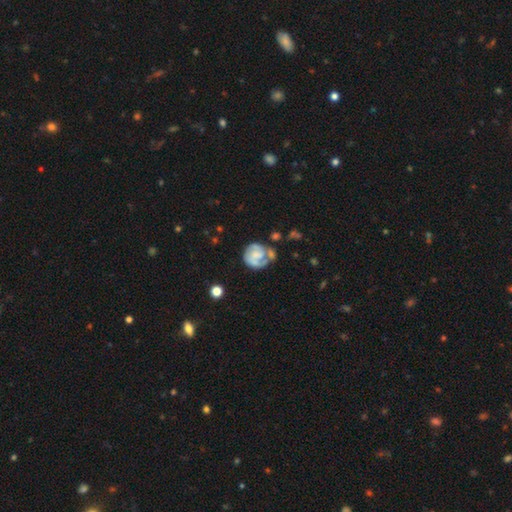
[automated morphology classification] smooth-or-featured: featured or disk: 70% | smooth: 24% | star or artifact: 6%
  disk-edge-on: no: 98% | yes: 2%
    bar: no: 62% | weak: 31% | strong: 7%
    has-spiral-arms: yes: 87% | no: 13%
      spiral-winding: tight: 53% | medium: 35% | loose: 13%
      spiral-arm-count: 2: 48% | 1: 20% | can't tell: 18% | 3: 10% | 4: 2% | more than 4: 2%
    bulge-size: none: 38% | small: 29% | moderate: 24% | large: 8% | dominant: 2%
  merging: none: 49% | minor disturbance: 23% | major disturbance: 18% | merger: 11%